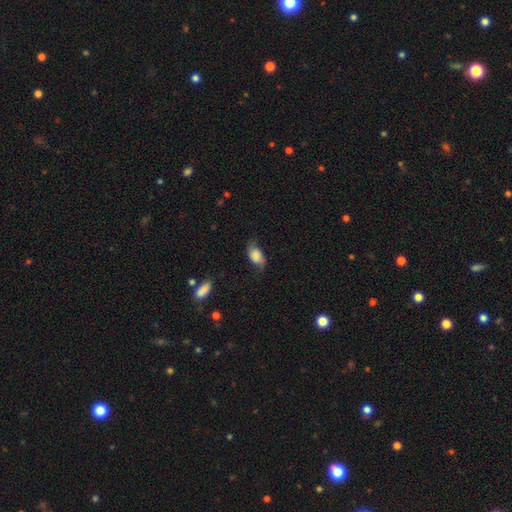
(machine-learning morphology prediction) A smooth galaxy with no disk features (59%) that is in between round and cigar-shaped (88%).

Vote fractions:
- Smooth or featured? smooth: 59% / featured or disk: 33% / star or artifact: 8%
- How rounded? in between: 88% / round: 9% / cigar-shaped: 3%
- Merging? none: 59% / minor disturbance: 27% / major disturbance: 12% / merger: 2%